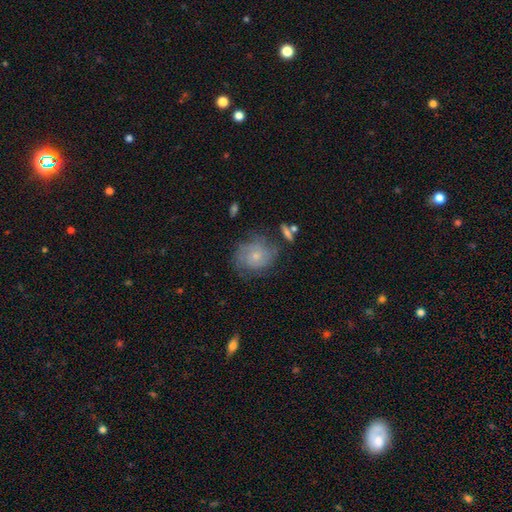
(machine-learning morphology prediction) Q: Smooth or featured?
A: featured or disk (54%); runner-up: smooth (36%)
Q: Edge-on disk?
A: no (97%); runner-up: yes (3%)
Q: Bar?
A: no (76%); runner-up: weak (21%)
Q: Spiral arms?
A: yes (81%); runner-up: no (19%)
Q: Bulge size?
A: small (53%); runner-up: moderate (36%)
Q: Merging?
A: none (63%); runner-up: minor disturbance (22%)